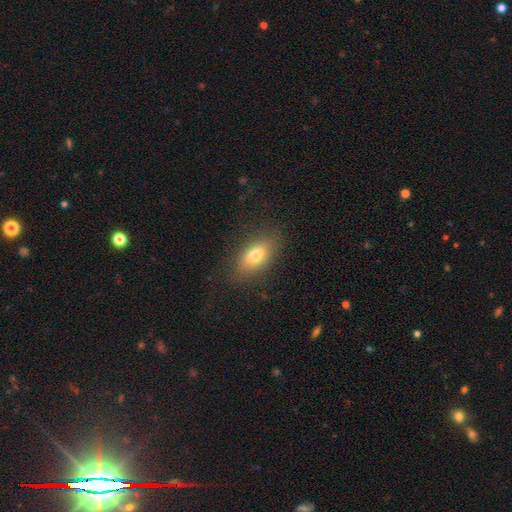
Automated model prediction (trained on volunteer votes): Smooth or featured?
  - smooth: 73% *
  - featured or disk: 18%
  - star or artifact: 9%
How rounded?
  - in between: 83% *
  - cigar-shaped: 11%
  - round: 6%
Merging?
  - none: 82% *
  - minor disturbance: 12%
  - major disturbance: 4%
  - merger: 1%